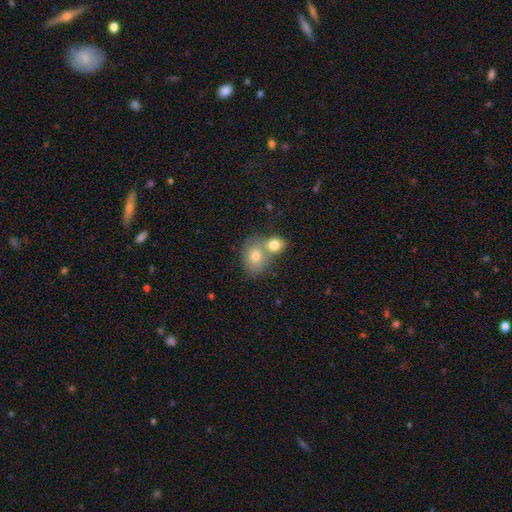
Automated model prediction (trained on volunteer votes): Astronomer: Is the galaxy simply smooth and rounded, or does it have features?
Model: smooth — 64%.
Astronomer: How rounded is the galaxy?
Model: round — 70%.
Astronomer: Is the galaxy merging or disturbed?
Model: none — 46% (runner-up: merger, 43%).